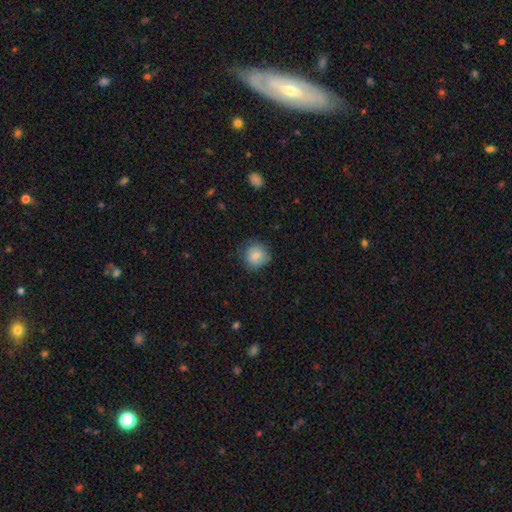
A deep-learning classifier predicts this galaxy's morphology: This is likely a smooth galaxy (77%). How rounded: clearly round (86%). Merging: likely none (75%).